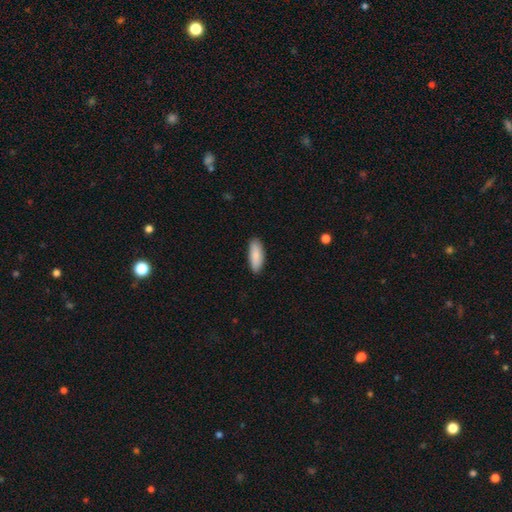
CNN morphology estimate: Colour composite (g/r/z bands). It shows a smooth galaxy with no disk features (88%) that is in between round and cigar-shaped (70%). Merging: none (87%).